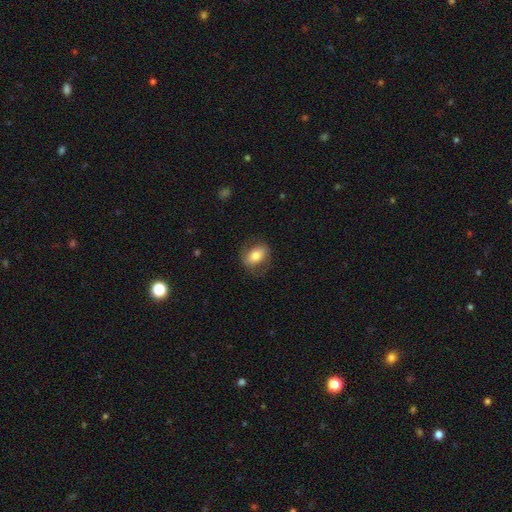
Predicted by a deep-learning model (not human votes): smooth-or-featured: smooth: 70% | featured or disk: 23% | star or artifact: 7%
  how-rounded: in between: 81% | round: 17% | cigar-shaped: 2%
  merging: none: 73% | minor disturbance: 17% | major disturbance: 8% | merger: 1%